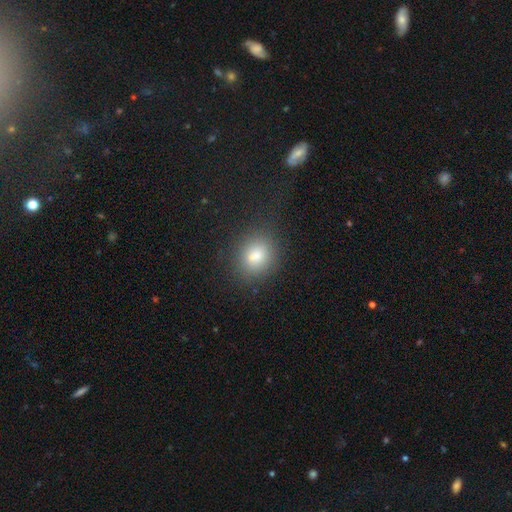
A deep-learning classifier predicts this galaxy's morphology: Smooth or featured: smooth — 81% (star or artifact — 12%)
How rounded: round — 66% (in between — 33%)
Merging: none — 79% (minor disturbance — 13%)